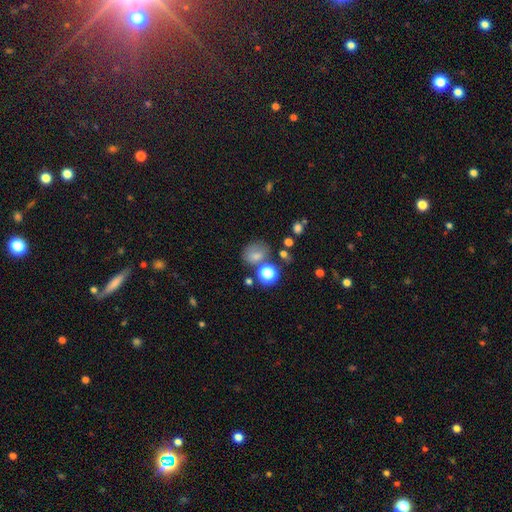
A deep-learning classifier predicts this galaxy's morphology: The model was most divided on "how rounded": round: 50%, in between: 49%, cigar-shaped: 1%. More confident: smooth or featured — smooth (70%); merging — none (57%).